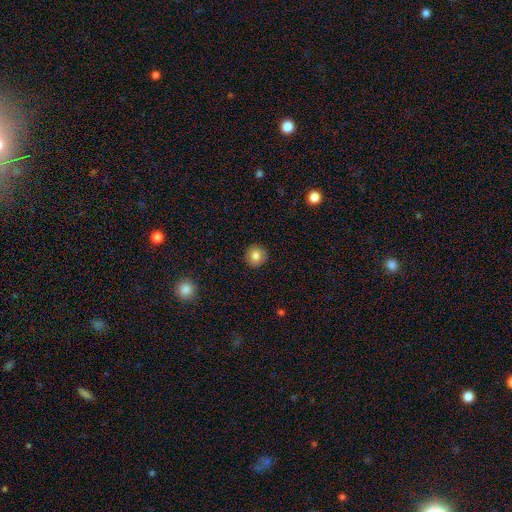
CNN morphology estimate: A smooth galaxy with no disk features (82%) that is round (92%). Merging: none (91%).